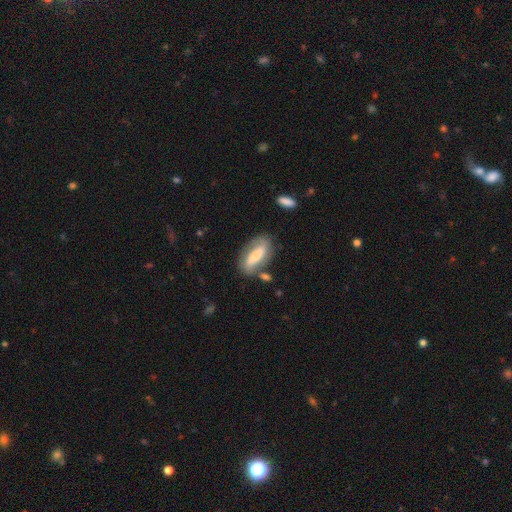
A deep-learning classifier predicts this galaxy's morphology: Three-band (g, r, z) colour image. It shows a featured or disk galaxy (48%). Merging: none (70%).